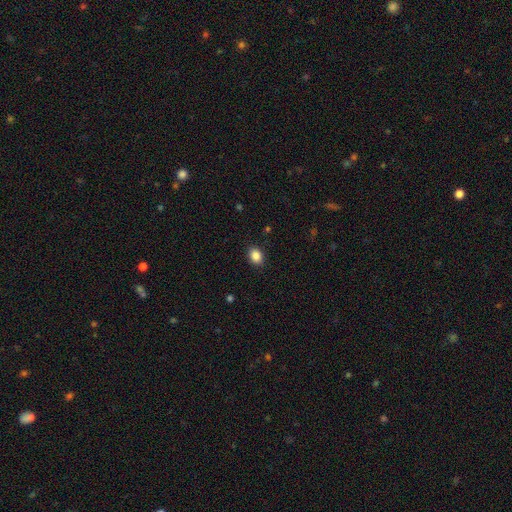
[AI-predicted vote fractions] smooth 87%, star or artifact 9%, featured or disk 4%. Down the decision tree: how rounded — in between (61%); merging — none (89%).